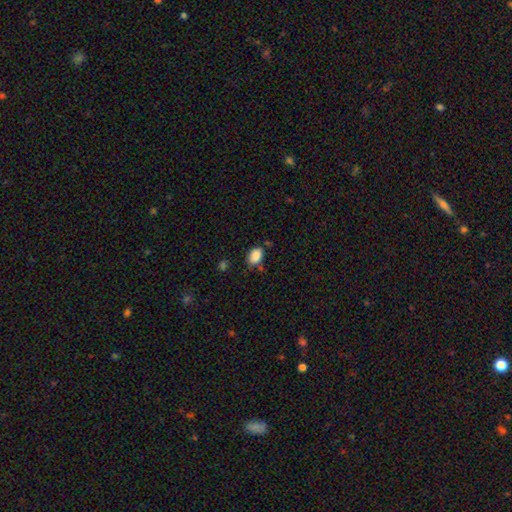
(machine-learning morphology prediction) Smooth or featured? Predicted: smooth (p=0.87). How rounded? Predicted: in between (p=0.82). Merging? Predicted: none (p=0.67).